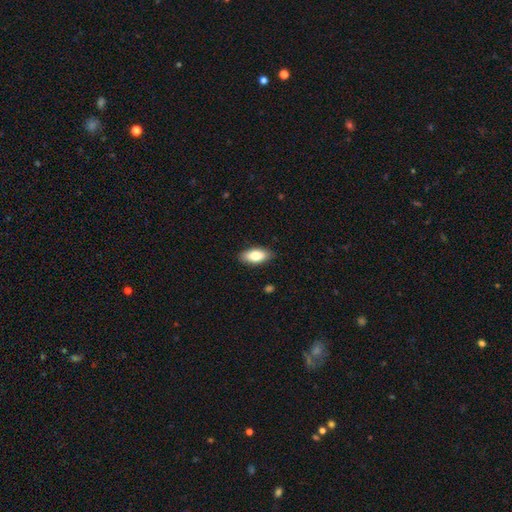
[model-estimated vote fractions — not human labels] smooth-or-featured: smooth: 79% | featured or disk: 14% | star or artifact: 6%
  how-rounded: in between: 89% | cigar-shaped: 8% | round: 3%
  merging: none: 87% | minor disturbance: 10% | major disturbance: 2% | merger: 1%